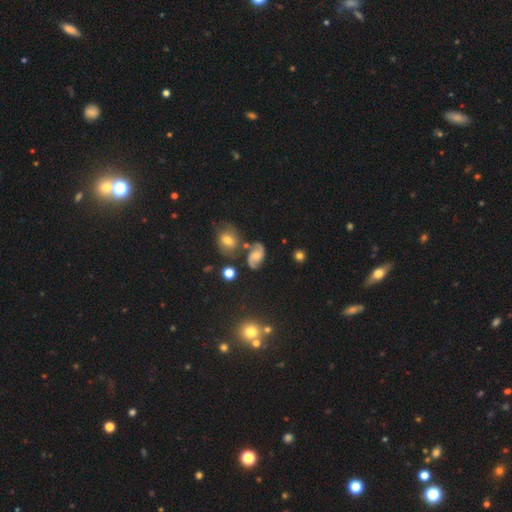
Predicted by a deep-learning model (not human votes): smooth-or-featured: featured or disk: 74% | smooth: 16% | star or artifact: 9%
  disk-edge-on: no: 97% | yes: 3%
    bar: no: 59% | weak: 35% | strong: 6%
    has-spiral-arms: yes: 95% | no: 5%
      spiral-winding: medium: 51% | loose: 32% | tight: 17%
      spiral-arm-count: 2: 91% | can't tell: 3% | 1: 2% | 3: 1% | 4: 1% | more than 4: 1%
    bulge-size: moderate: 38% | small: 35% | none: 17% | large: 8% | dominant: 2%
  merging: none: 66% | minor disturbance: 17% | merger: 10% | major disturbance: 7%